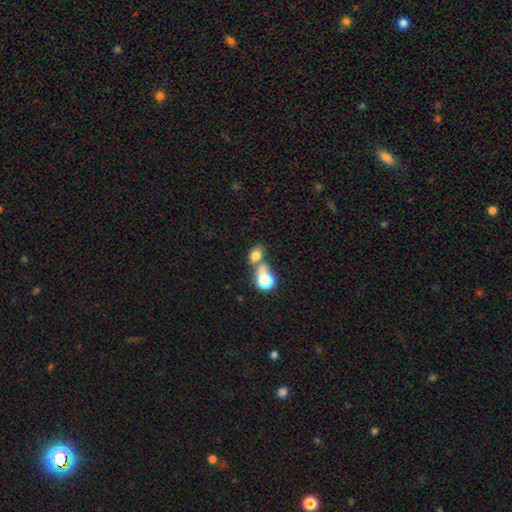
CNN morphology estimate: A smooth galaxy with no disk features (72%) that is in between round and cigar-shaped (69%). Merging: merger (41%).